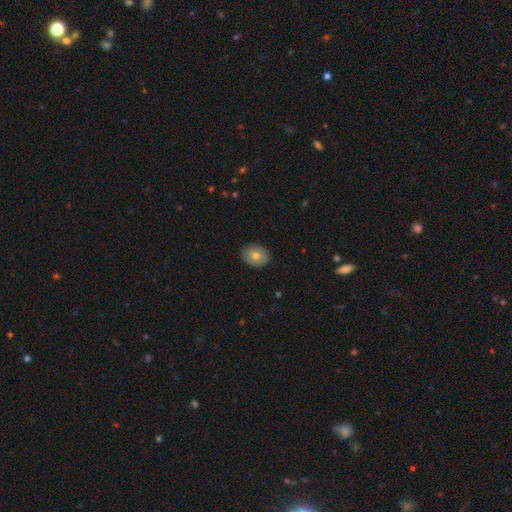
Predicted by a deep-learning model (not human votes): Morphology: type=smooth (75%); roundness=in between (53%); merging=none (87%).